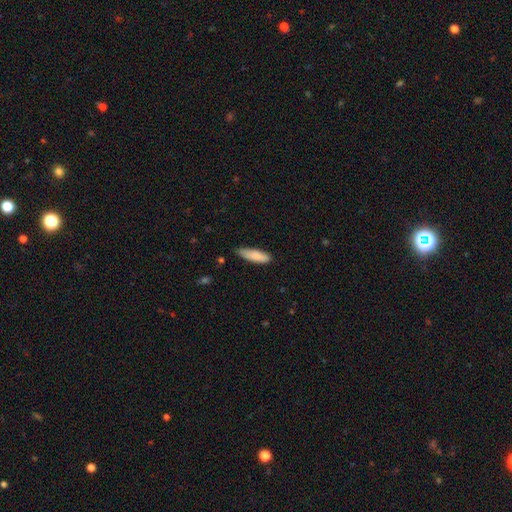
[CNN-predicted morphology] Smooth or featured? Predicted: smooth (p=0.86). How rounded? Predicted: cigar-shaped (p=0.63). Merging? Predicted: none (p=0.72).